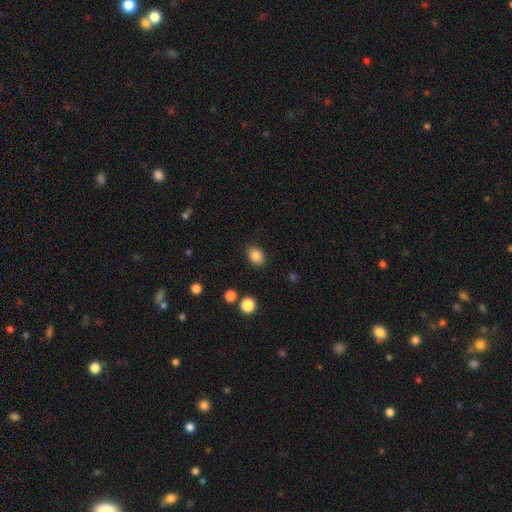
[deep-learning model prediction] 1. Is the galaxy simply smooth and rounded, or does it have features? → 85% smooth, 10% star or artifact, 5% featured or disk.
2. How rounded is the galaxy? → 70% in between, 29% round, 1% cigar-shaped.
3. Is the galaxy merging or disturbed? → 87% none, 9% minor disturbance, 3% major disturbance, 2% merger.